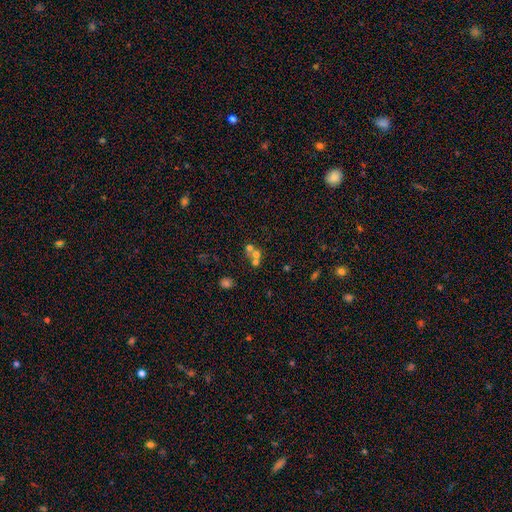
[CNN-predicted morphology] Smooth or featured? Predicted: smooth (p=0.54). How rounded? Predicted: round (p=0.77). Merging? Predicted: merger (p=0.60).